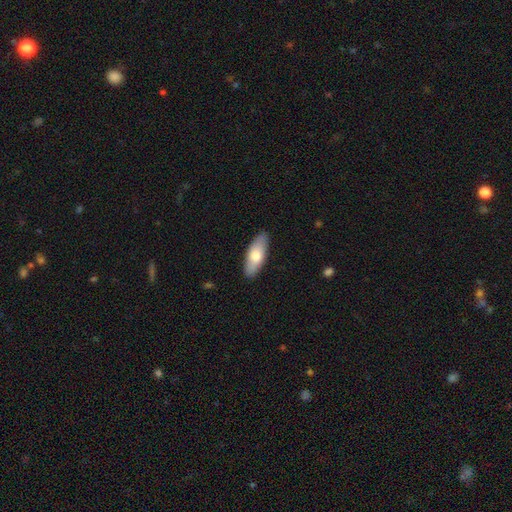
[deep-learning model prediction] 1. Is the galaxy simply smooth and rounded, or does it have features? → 71% smooth, 24% featured or disk, 5% star or artifact.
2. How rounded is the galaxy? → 72% in between, 26% cigar-shaped, 2% round.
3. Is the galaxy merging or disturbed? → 88% none, 9% minor disturbance, 2% major disturbance, 1% merger.